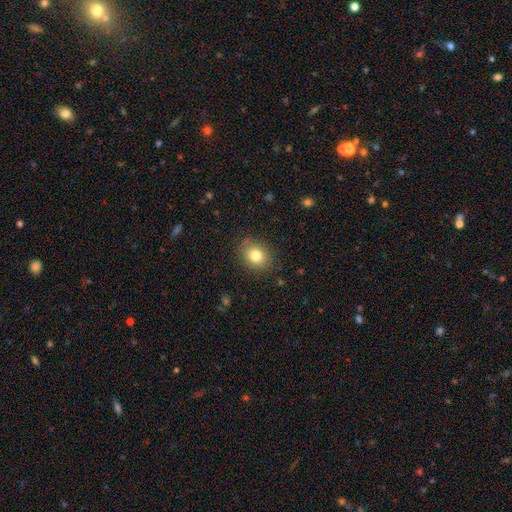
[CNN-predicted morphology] Smooth or featured: smooth — 80% (star or artifact — 11%)
How rounded: round — 60% (in between — 39%)
Merging: none — 84% (minor disturbance — 12%)